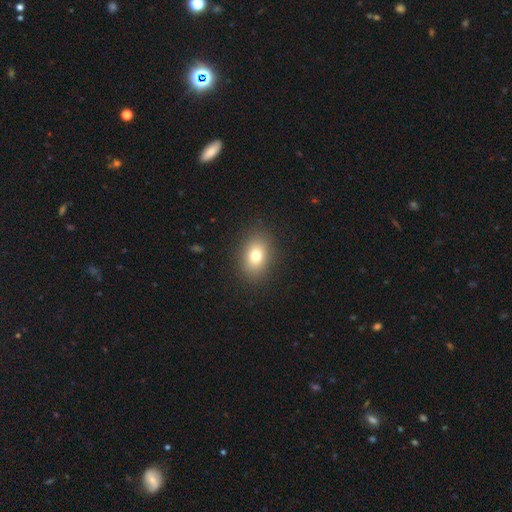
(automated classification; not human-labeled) Smooth or featured: smooth — 77% (star or artifact — 12%)
How rounded: in between — 70% (round — 29%)
Merging: none — 88% (minor disturbance — 8%)